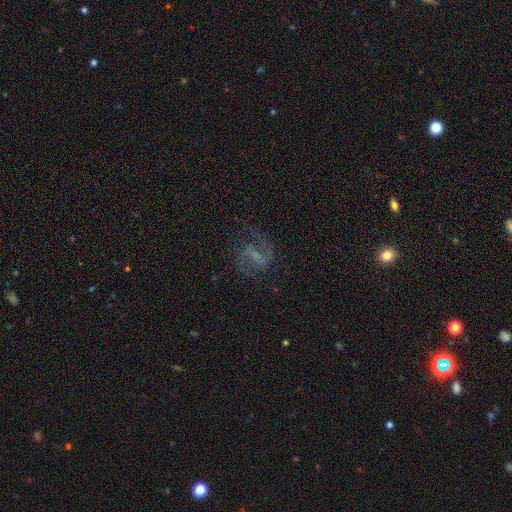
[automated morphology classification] Q: Smooth or featured?
A: featured or disk (76%); runner-up: smooth (13%)
Q: Edge-on disk?
A: no (97%); runner-up: yes (3%)
Q: Bar?
A: weak (45%); runner-up: strong (40%)
Q: Spiral arms?
A: yes (92%); runner-up: no (8%)
Q: Spiral winding?
A: medium (50%); runner-up: loose (35%)
Q: Spiral arm count?
A: 2 (87%); runner-up: can't tell (6%)
Q: Bulge size?
A: none (43%); runner-up: small (37%)
Q: Merging?
A: none (70%); runner-up: minor disturbance (15%)